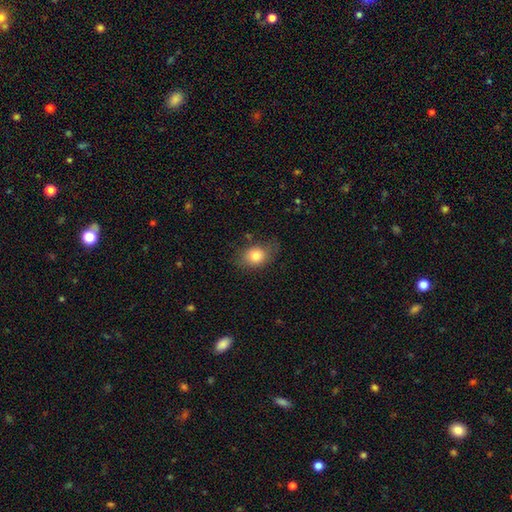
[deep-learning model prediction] A smooth galaxy with no disk features (80%) that is in between round and cigar-shaped (61%). Merging: none (69%).